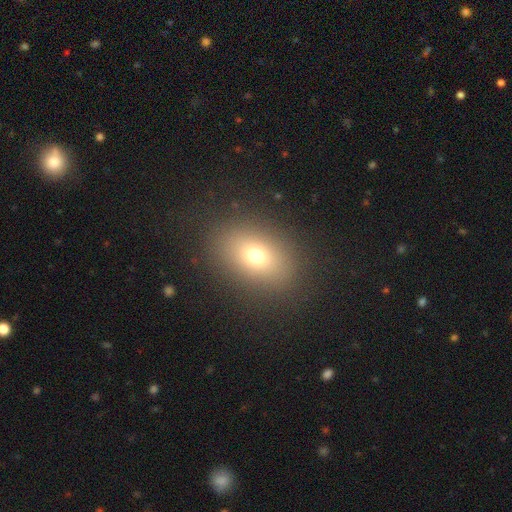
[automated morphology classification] The model was most divided on "how rounded": in between: 71%, round: 27%, cigar-shaped: 2%. More confident: merging — none (87%); smooth or featured — smooth (71%).